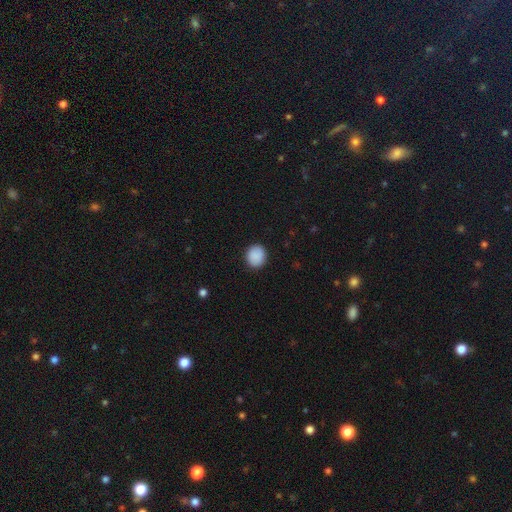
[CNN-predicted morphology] Overall: smooth (89%). How rounded: round (80%). Merging: none (90%).